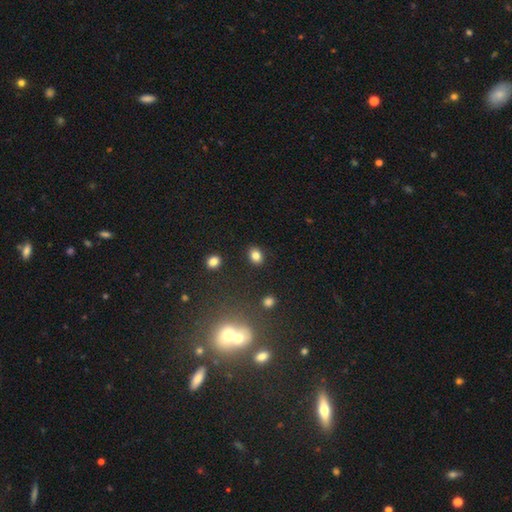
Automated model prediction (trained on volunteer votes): Smooth or featured? smooth (82%)
How rounded? in between (60%)
Merging? none (87%)